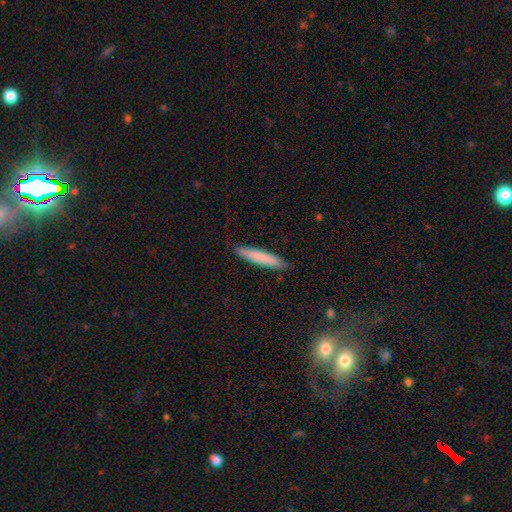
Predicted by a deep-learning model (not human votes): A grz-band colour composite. It shows a smooth galaxy with no disk features (77%) that is cigar-shaped (94%). Merging: none (89%).